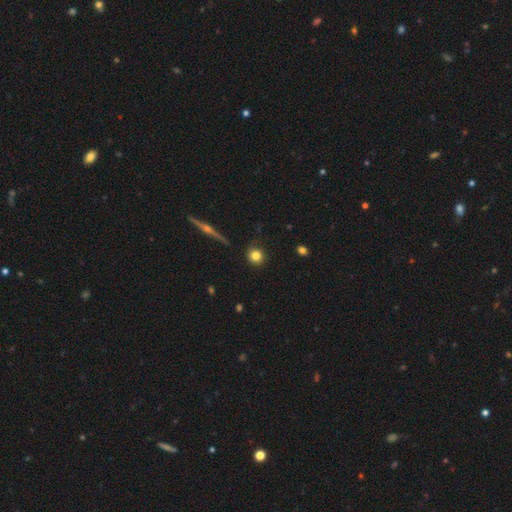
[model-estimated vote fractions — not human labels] This is likely a smooth galaxy (79%). How rounded: clearly round (93%). Merging: clearly none (88%).